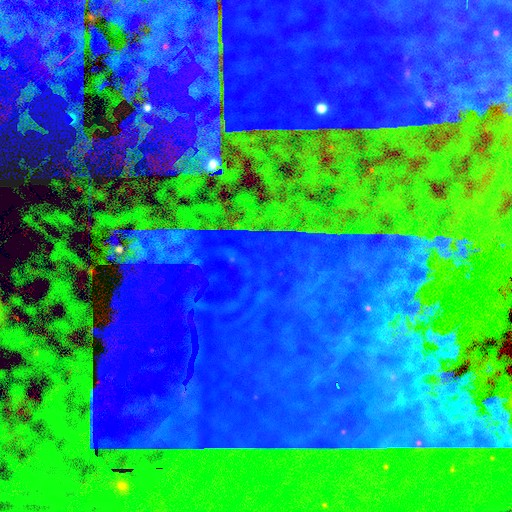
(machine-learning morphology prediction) Smooth or featured? Predicted: star or artifact (p=0.86).